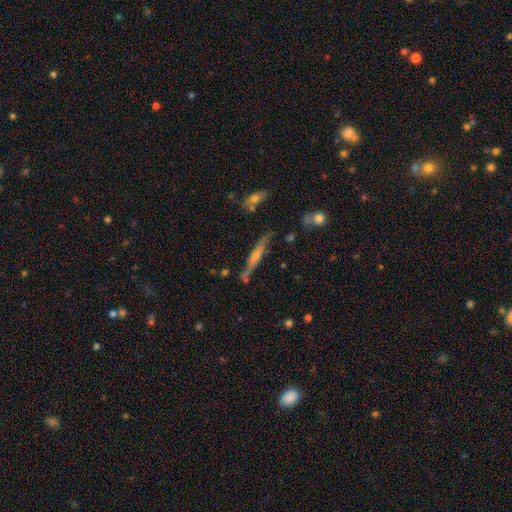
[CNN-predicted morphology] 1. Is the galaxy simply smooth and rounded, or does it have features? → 70% featured or disk, 23% smooth, 7% star or artifact.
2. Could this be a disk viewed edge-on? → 93% yes, 7% no.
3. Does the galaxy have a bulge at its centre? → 80% rounded, 15% none, 5% boxy.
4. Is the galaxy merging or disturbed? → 76% none, 16% minor disturbance, 5% merger, 4% major disturbance.